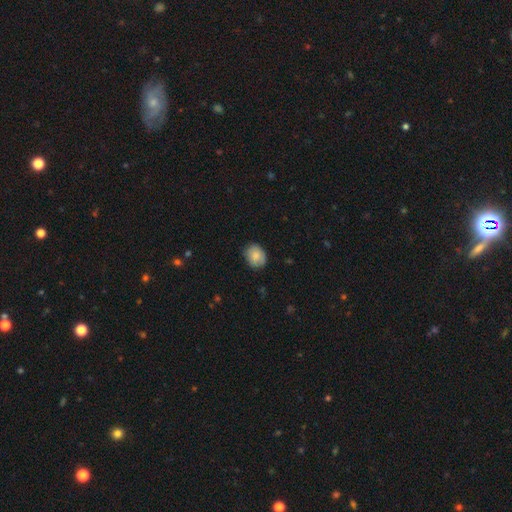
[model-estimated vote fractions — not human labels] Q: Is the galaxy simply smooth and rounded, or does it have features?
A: smooth — 85%.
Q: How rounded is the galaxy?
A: round — 53%.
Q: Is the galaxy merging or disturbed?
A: none — 78%.